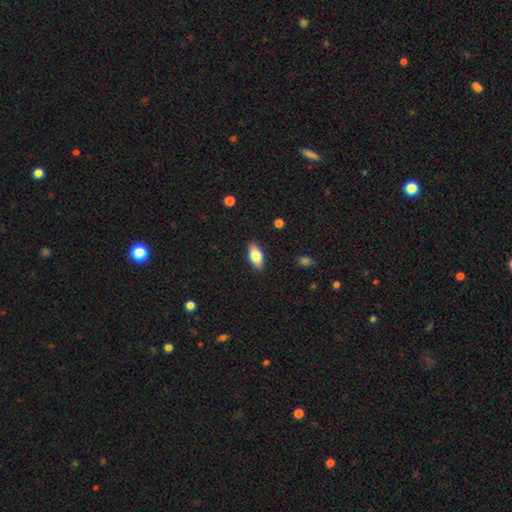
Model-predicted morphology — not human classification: Overall: smooth (77%). How rounded: in between (87%). Merging: none (88%).